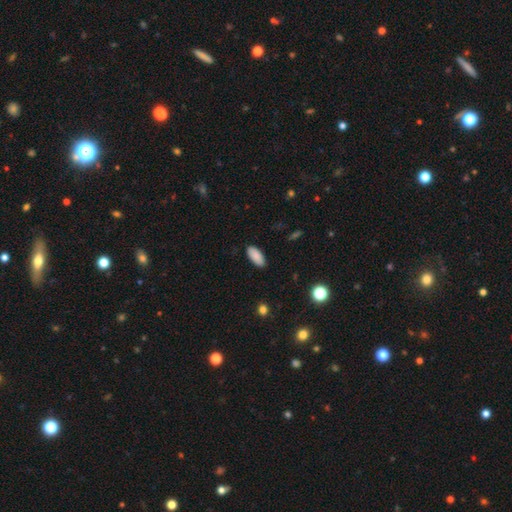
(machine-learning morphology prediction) Smooth or featured: smooth — 89% (star or artifact — 7%)
How rounded: in between — 88% (cigar-shaped — 10%)
Merging: none — 89% (minor disturbance — 8%)